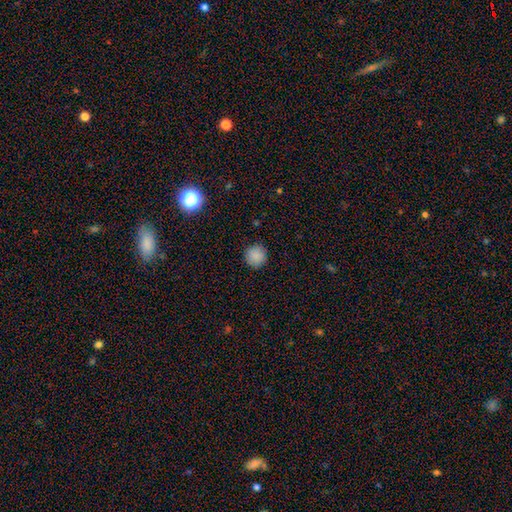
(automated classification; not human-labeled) smooth_or_featured: smooth (p=0.87) [alt: star or artifact p=0.10]
how_rounded: round (p=0.95) [alt: in between p=0.04]
merging: none (p=0.90) [alt: minor disturbance p=0.06]